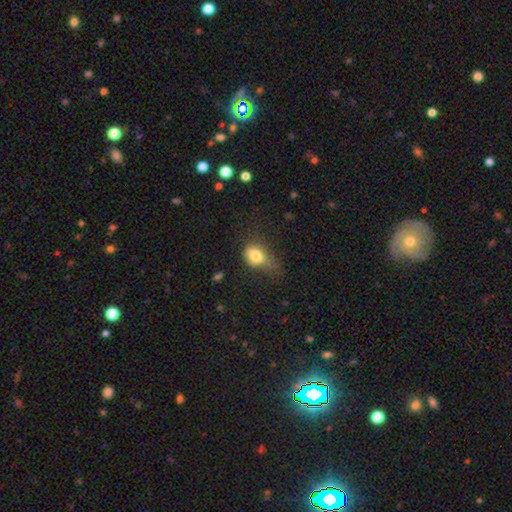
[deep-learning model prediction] Smooth or featured? smooth (79%)
How rounded? in between (73%)
Merging? major disturbance (36%)